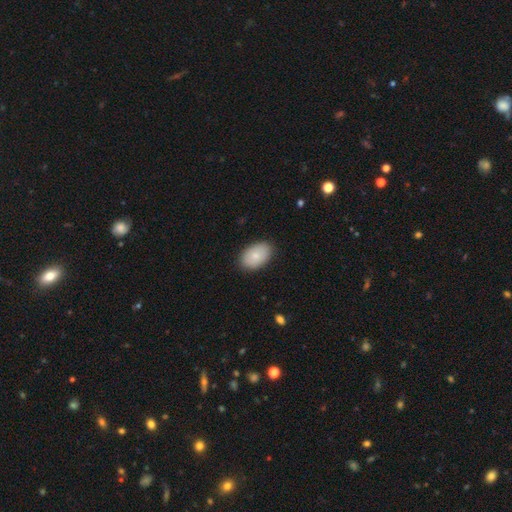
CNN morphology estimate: Smooth or featured: smooth — 82% (featured or disk — 12%)
How rounded: in between — 91% (round — 8%)
Merging: none — 86% (minor disturbance — 11%)